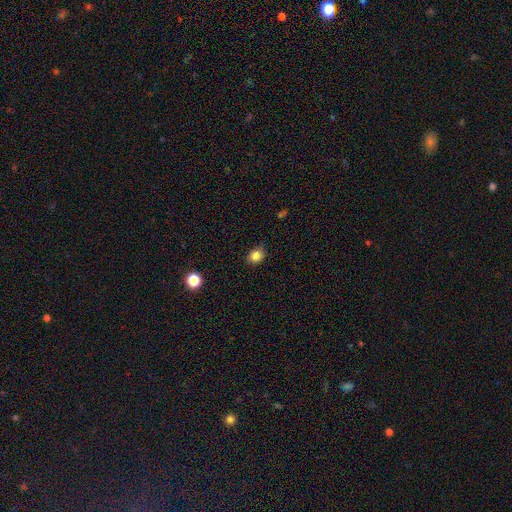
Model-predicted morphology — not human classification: A smooth galaxy with no disk features (83%) that is round (63%). Merging: none (76%).